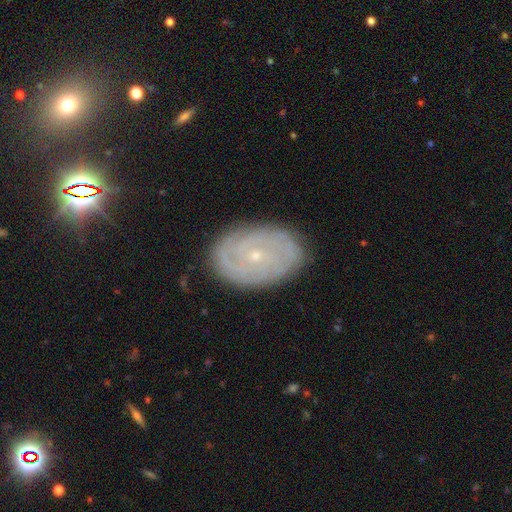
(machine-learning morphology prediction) Overall: featured or disk (76%). Edge-on disk: no (96%). Bar: no (76%). Spiral arms: yes (87%). Spiral arm count: can't tell (45%; 2 22%). Spiral winding: tight (78%). Bulge size: small (84%). Merging: none (84%).